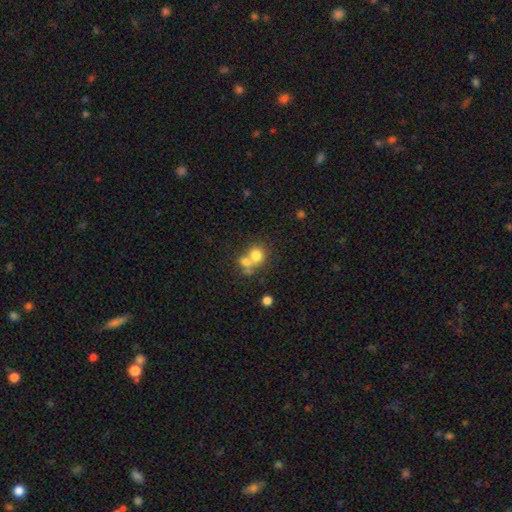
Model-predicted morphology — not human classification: Overall: smooth (75%). How rounded: round (77%). Merging: merger (51%; none 36%).